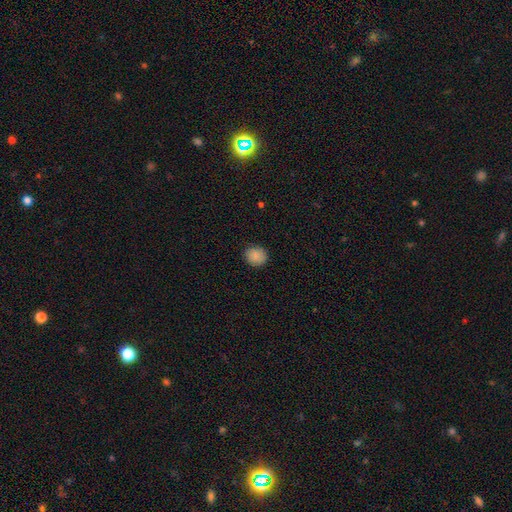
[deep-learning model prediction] smooth 87%, star or artifact 8%, featured or disk 4%. Down the decision tree: how rounded — round (81%); merging — none (87%).